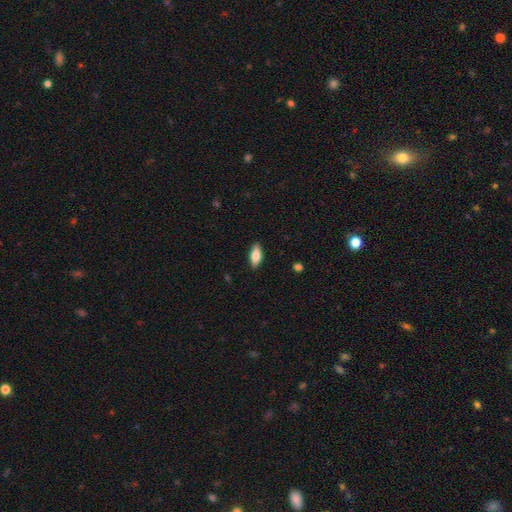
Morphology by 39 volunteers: Smooth or featured? 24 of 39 (62%) said smooth. How rounded? 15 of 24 (62%) said in between. Merging? 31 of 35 (89%) said none.